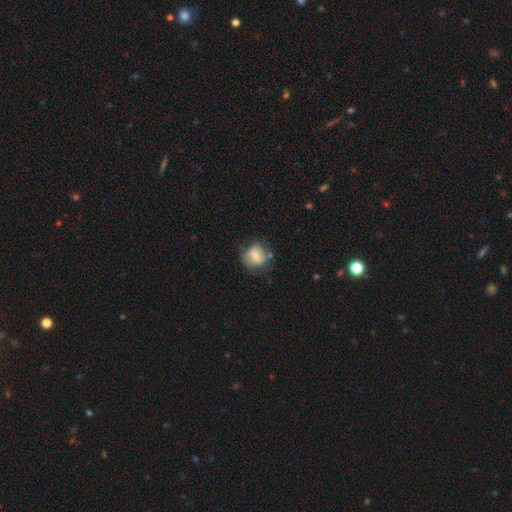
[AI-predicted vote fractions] Smooth or featured? smooth (65%)
How rounded? round (71%)
Merging? none (61%)